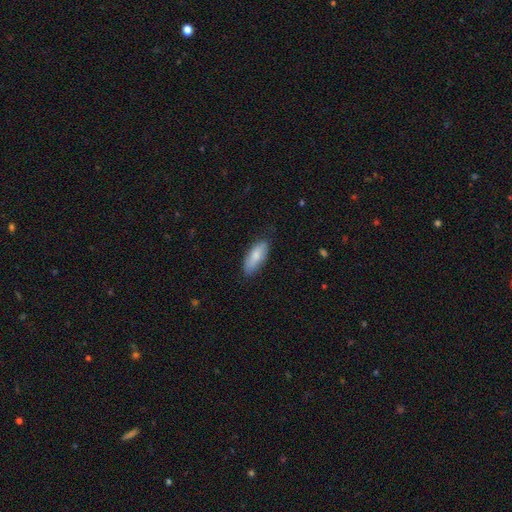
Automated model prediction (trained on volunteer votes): The model was most divided on "merging": none: 74%, minor disturbance: 21%, major disturbance: 4%, merger: 1%. More confident: smooth or featured — smooth (80%); how rounded — in between (79%).